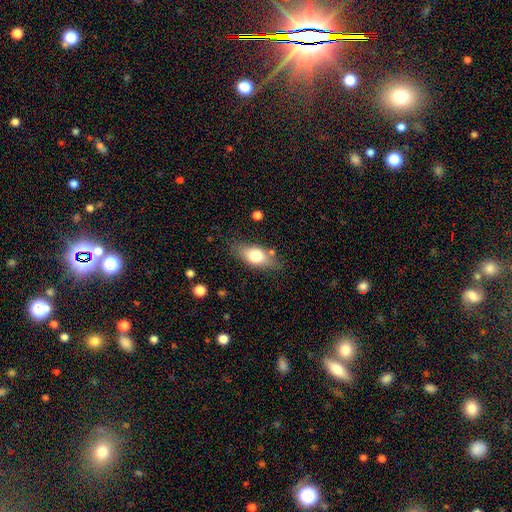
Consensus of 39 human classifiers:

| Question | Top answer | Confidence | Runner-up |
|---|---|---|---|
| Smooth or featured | smooth | 77% | featured or disk (15%) |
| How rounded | in between | 97% | round (3%) |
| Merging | none | 69% | minor disturbance (22%) |